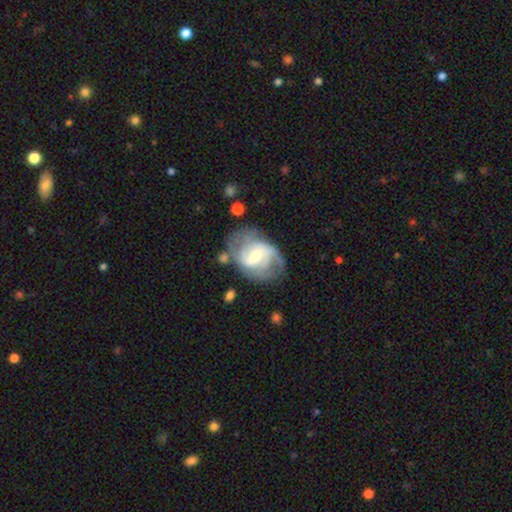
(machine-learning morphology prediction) Q: Smooth or featured?
A: featured or disk (74%); runner-up: smooth (19%)
Q: Edge-on disk?
A: no (97%); runner-up: yes (3%)
Q: Bar?
A: weak (52%); runner-up: no (25%)
Q: Spiral arms?
A: yes (84%); runner-up: no (16%)
Q: Spiral winding?
A: medium (44%); runner-up: tight (30%)
Q: Spiral arm count?
A: 2 (51%); runner-up: can't tell (26%)
Q: Bulge size?
A: moderate (49%); runner-up: small (37%)
Q: Merging?
A: none (56%); runner-up: minor disturbance (23%)